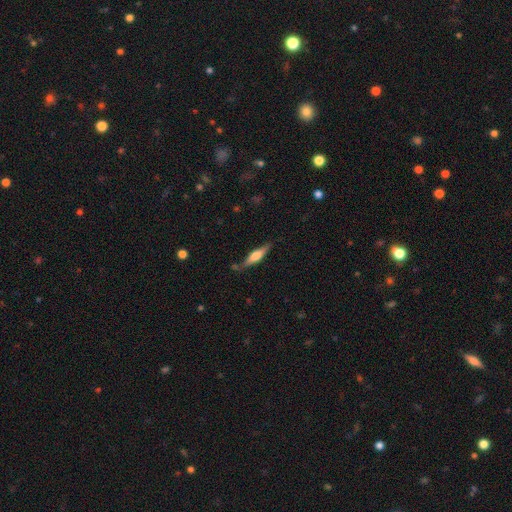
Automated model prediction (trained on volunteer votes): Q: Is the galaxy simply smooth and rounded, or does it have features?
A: featured or disk — 54%.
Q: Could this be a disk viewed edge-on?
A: yes — 95%.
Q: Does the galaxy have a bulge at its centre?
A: rounded — 76%.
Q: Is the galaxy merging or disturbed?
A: none — 77%.